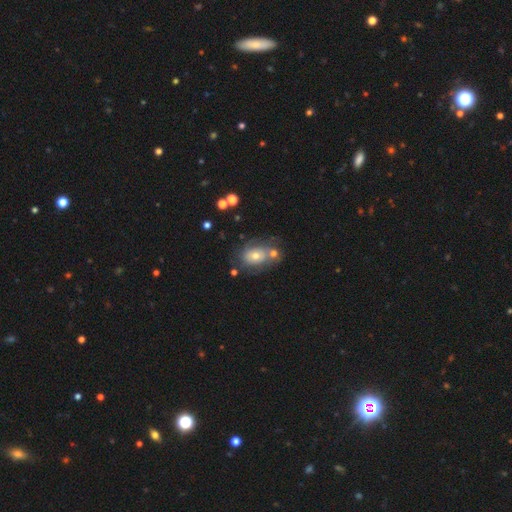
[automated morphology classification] featured or disk 48%, smooth 41%, star or artifact 11%. Down the decision tree: merging — none (45%).